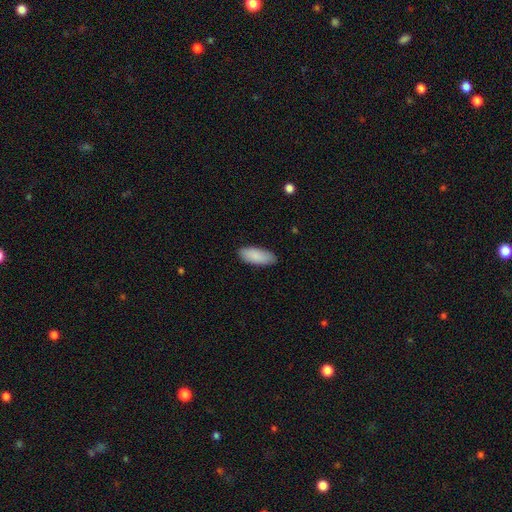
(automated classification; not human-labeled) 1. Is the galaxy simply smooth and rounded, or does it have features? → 89% smooth, 6% star or artifact, 5% featured or disk.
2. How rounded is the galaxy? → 85% in between, 13% cigar-shaped, 2% round.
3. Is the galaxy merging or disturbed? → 87% none, 10% minor disturbance, 2% major disturbance, 1% merger.